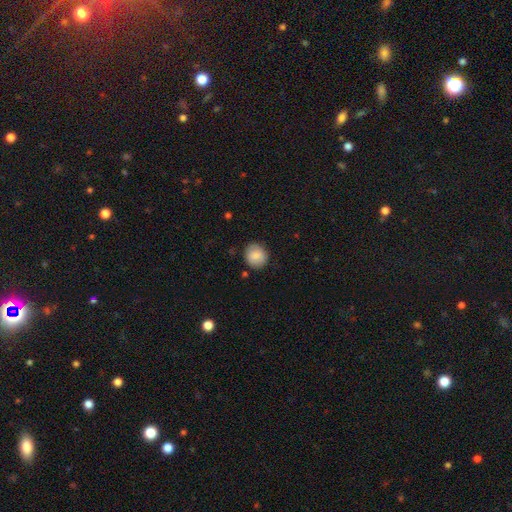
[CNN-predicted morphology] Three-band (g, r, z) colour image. It shows a smooth galaxy with no disk features (82%) that is round (81%). Merging: none (84%).